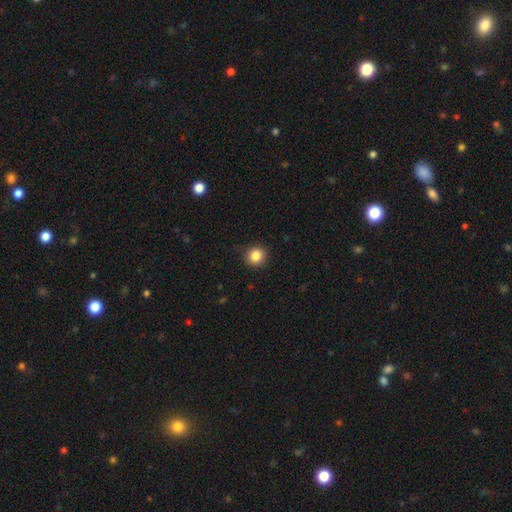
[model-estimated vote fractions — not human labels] The model was most divided on "smooth or featured": smooth: 85%, star or artifact: 11%, featured or disk: 5%. More confident: how rounded — round (91%); merging — none (89%).